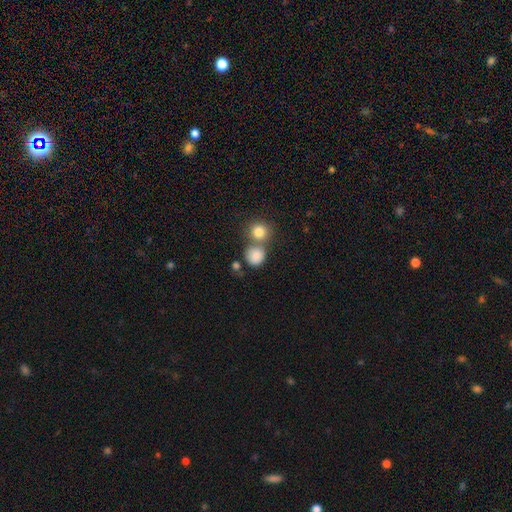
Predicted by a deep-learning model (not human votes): Smooth or featured? Predicted: smooth (p=0.84). How rounded? Predicted: round (p=0.85). Merging? Predicted: none (p=0.51).